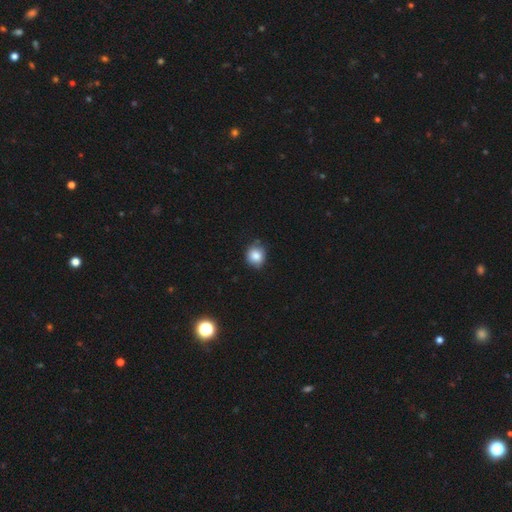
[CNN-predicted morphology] This is clearly a smooth galaxy (83%). How rounded: clearly round (82%). Merging: likely none (74%).